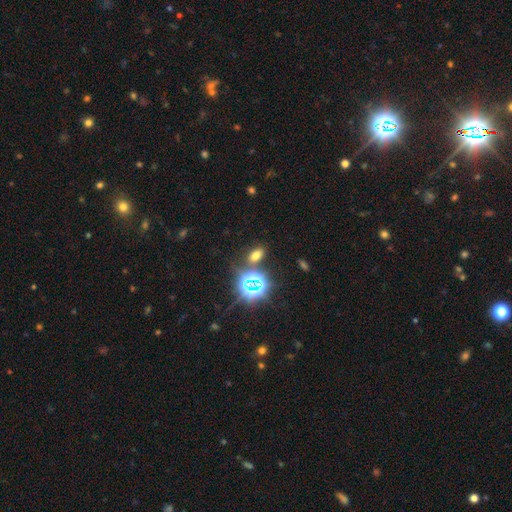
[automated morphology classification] smooth-or-featured: smooth: 55% | star or artifact: 37% | featured or disk: 8%
  how-rounded: in between: 83% | round: 13% | cigar-shaped: 4%
  merging: none: 80% | minor disturbance: 9% | merger: 7% | major disturbance: 4%